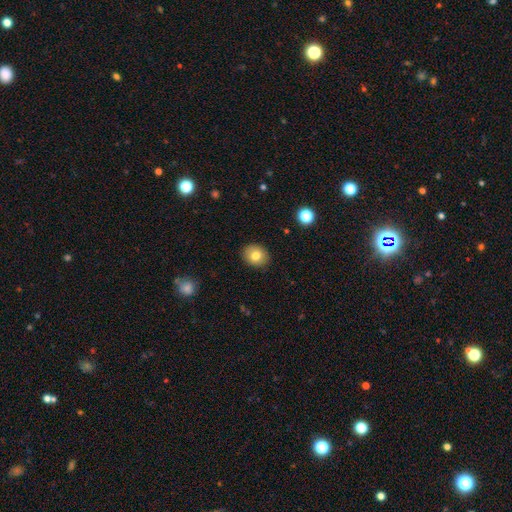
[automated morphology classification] smooth 78%, featured or disk 12%, star or artifact 10%. Down the decision tree: how rounded — round (66%); merging — none (90%).